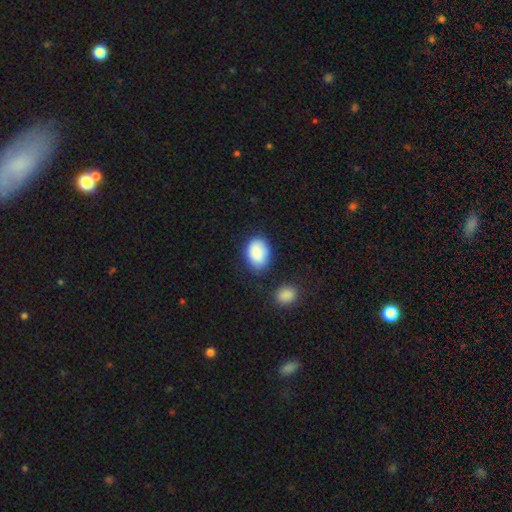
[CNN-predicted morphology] Smooth or featured? smooth (88%)
How rounded? in between (80%)
Merging? none (72%)